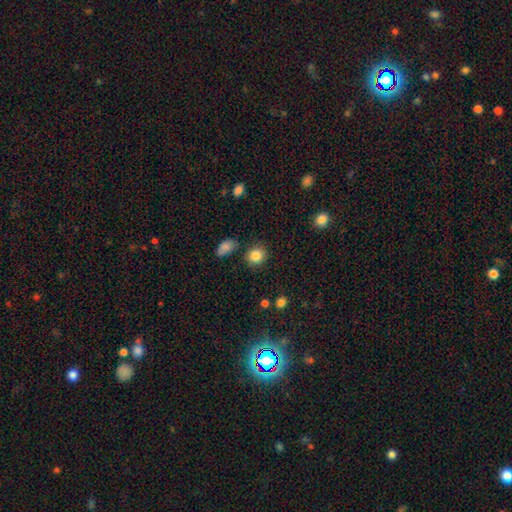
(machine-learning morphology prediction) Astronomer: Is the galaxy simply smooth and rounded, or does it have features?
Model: smooth — 85%.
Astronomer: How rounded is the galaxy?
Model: round — 80%.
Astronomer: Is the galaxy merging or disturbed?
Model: none — 84%.